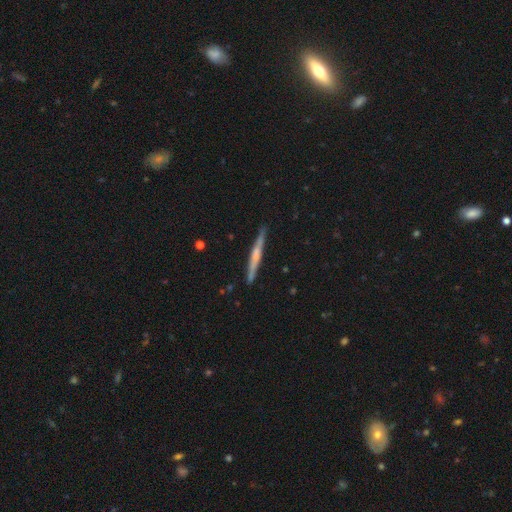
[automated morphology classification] This appears to be a featured or disk galaxy (61%) viewed edge-on (98%) with a rounded central bulge (42%). Merging: none (89%).